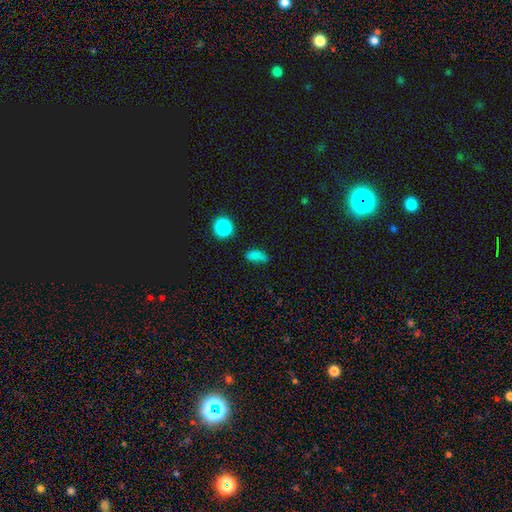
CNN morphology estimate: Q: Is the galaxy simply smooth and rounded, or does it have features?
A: smooth — 76%.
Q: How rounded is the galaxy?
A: in between — 76%.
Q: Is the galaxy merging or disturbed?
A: none — 55%.